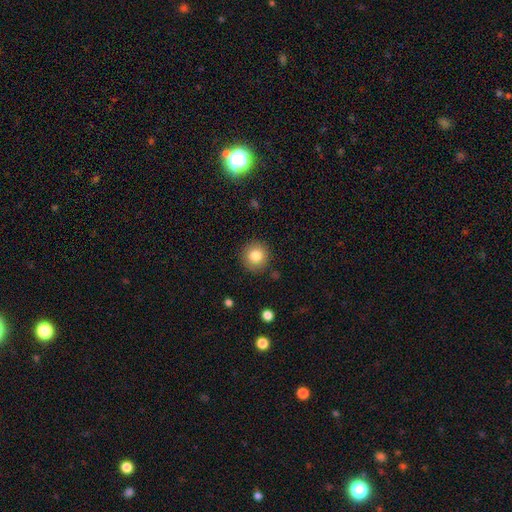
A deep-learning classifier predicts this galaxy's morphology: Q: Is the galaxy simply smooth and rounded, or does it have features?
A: smooth — 81%.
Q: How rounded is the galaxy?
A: round — 93%.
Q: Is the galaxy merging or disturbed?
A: none — 89%.